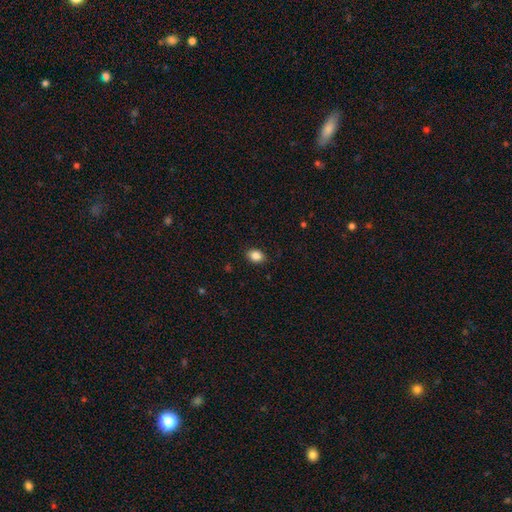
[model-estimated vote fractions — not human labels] This appears to be a smooth galaxy with no disk features (86%) that is in between round and cigar-shaped (72%). Merging: none (88%).